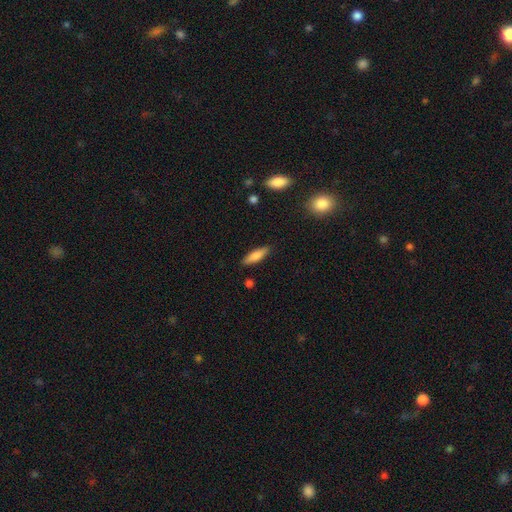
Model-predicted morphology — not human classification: Overall: smooth (75%). How rounded: cigar-shaped (57%; in between 41%). Merging: none (87%).